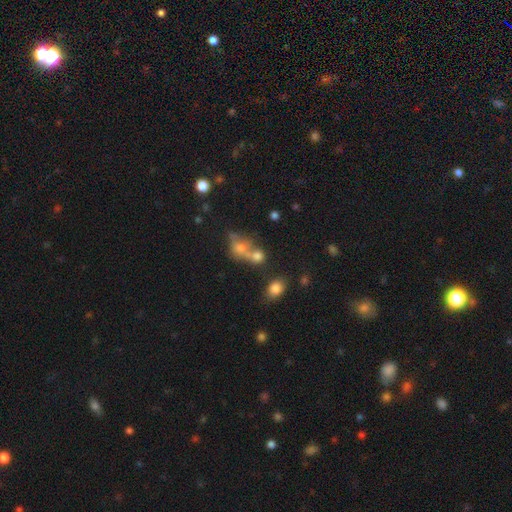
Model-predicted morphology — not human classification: smooth-or-featured: smooth: 60% | featured or disk: 21% | star or artifact: 19%
  how-rounded: round: 52% | in between: 44% | cigar-shaped: 3%
  merging: merger: 51% | none: 31% | minor disturbance: 10% | major disturbance: 8%